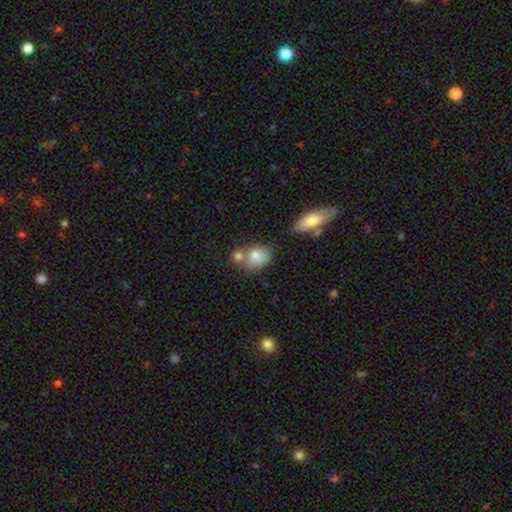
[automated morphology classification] A smooth galaxy with no disk features (75%) that is in between round and cigar-shaped (63%). Merging: none (43%).